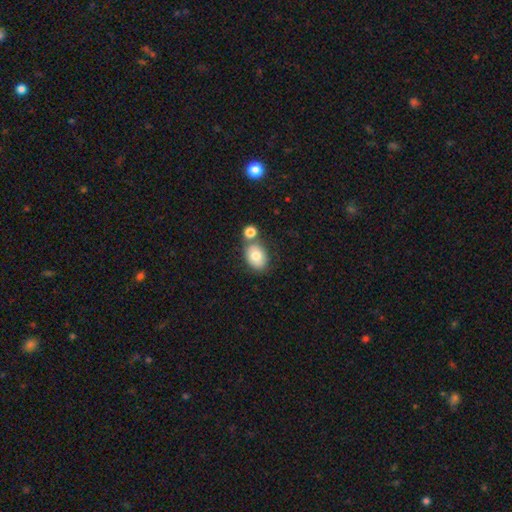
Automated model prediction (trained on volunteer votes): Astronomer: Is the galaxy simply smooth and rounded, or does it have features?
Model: smooth — 78%.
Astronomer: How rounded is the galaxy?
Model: in between — 76%.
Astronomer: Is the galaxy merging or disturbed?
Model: none — 57%.